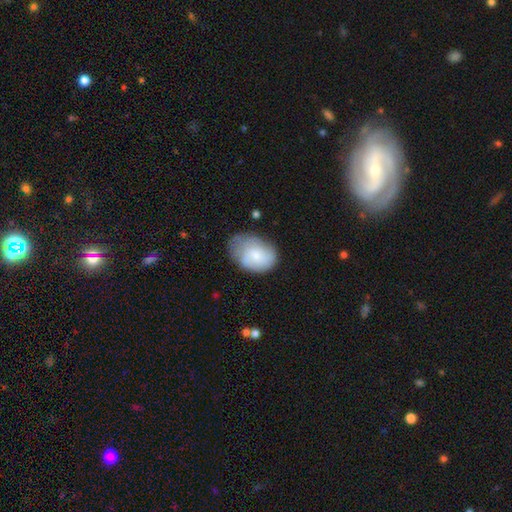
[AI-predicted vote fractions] Morphology: type=smooth (66%); roundness=in between (73%); merging=none (41%).